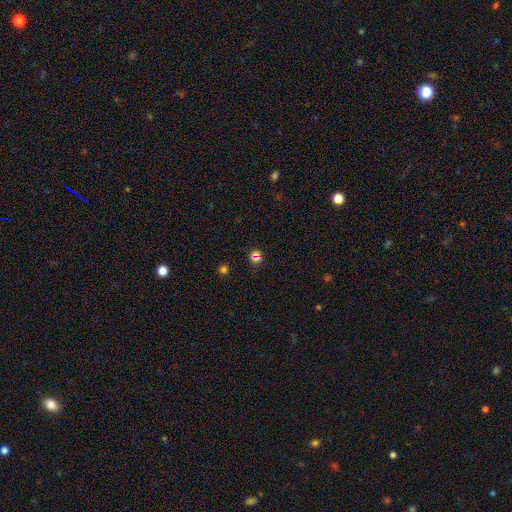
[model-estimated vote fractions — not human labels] A star or artifact, not a galaxy (53%).

Vote fractions:
- Smooth or featured? star or artifact: 53% / smooth: 38% / featured or disk: 9%